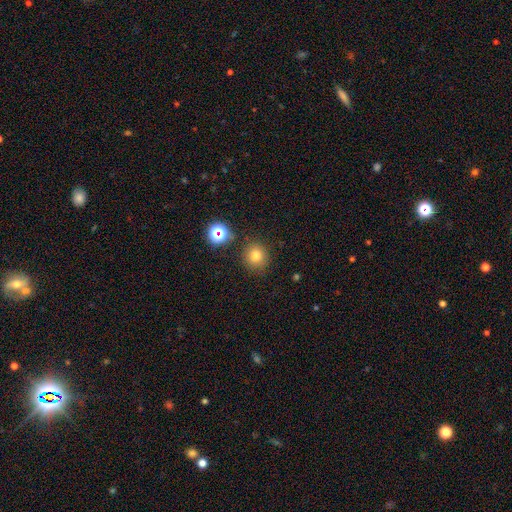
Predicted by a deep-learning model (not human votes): The model was most divided on "smooth or featured": smooth: 77%, star or artifact: 16%, featured or disk: 7%. More confident: how rounded — round (88%); merging — none (85%).